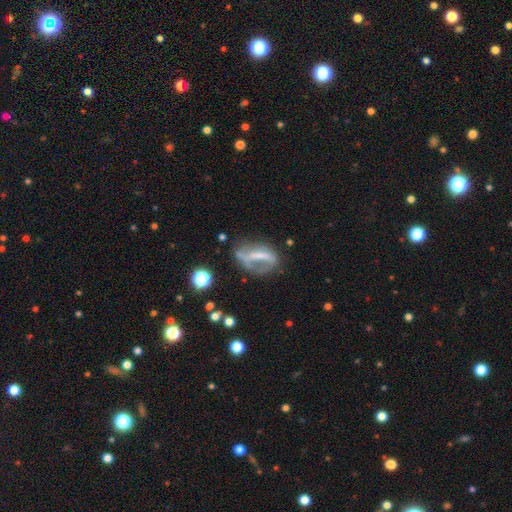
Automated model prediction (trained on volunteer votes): The model was most divided on "merging": none: 44%, major disturbance: 26%, minor disturbance: 25%, merger: 6%. More confident: edge-on disk — no (84%); smooth or featured — featured or disk (57%).